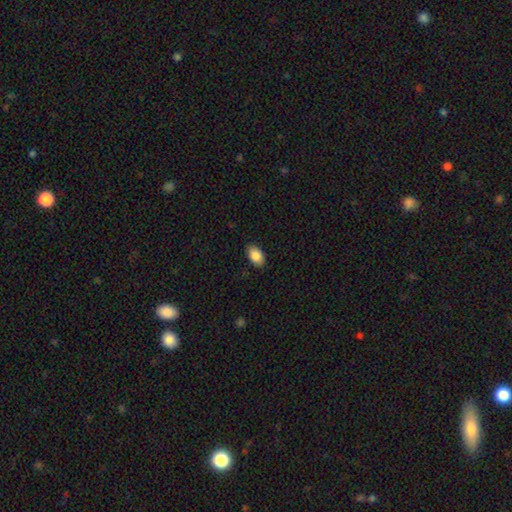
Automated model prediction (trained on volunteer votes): The model was most divided on "merging": none: 88%, minor disturbance: 9%, major disturbance: 2%, merger: 1%. More confident: how rounded — in between (91%); smooth or featured — smooth (86%).